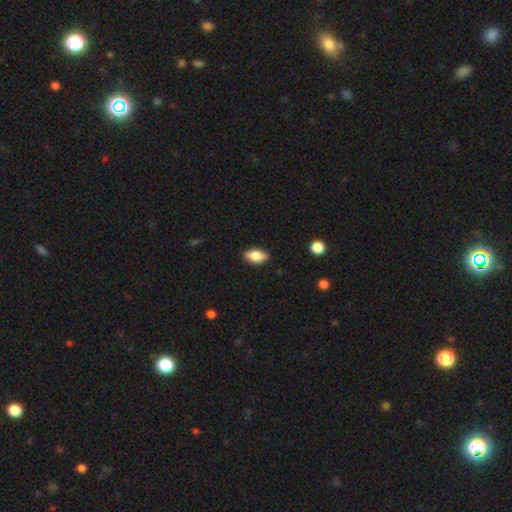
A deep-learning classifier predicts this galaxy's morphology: Smooth or featured: smooth — 80% (featured or disk — 13%)
How rounded: in between — 88% (cigar-shaped — 8%)
Merging: none — 87% (minor disturbance — 10%)